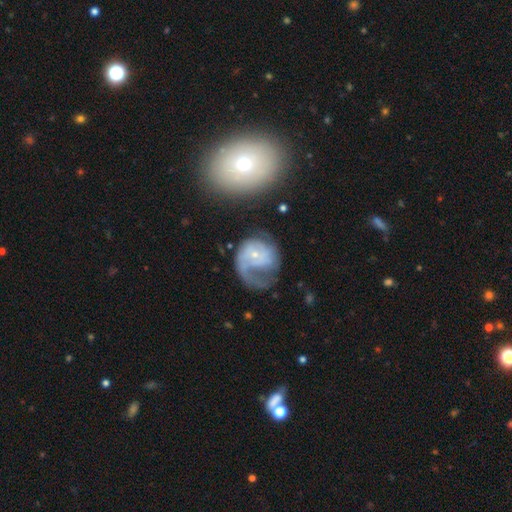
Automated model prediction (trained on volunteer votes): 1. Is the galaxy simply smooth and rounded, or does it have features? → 71% featured or disk, 21% smooth, 7% star or artifact.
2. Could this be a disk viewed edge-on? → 98% no, 2% yes.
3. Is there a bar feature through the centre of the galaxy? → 74% no, 22% weak, 4% strong.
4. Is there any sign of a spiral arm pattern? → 86% yes, 14% no.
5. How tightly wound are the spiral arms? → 38% medium, 33% loose, 29% tight.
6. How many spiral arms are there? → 57% 1, 22% 2, 14% can't tell, 4% 3, 2% 4, 2% more than 4.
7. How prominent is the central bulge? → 73% small, 18% moderate, 5% none, 2% large, 1% dominant.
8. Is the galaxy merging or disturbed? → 45% major disturbance, 31% none, 18% minor disturbance, 6% merger.